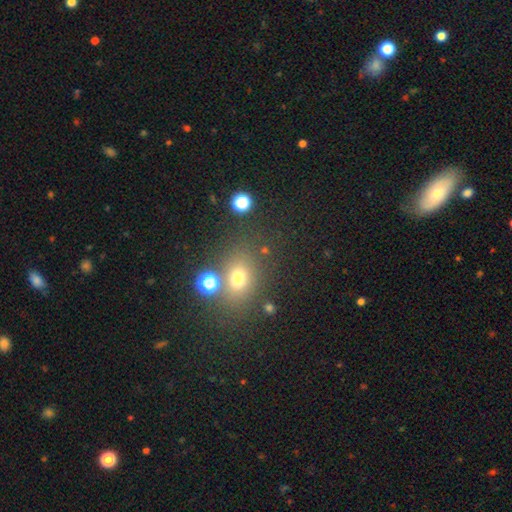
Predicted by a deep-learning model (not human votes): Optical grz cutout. It shows a smooth galaxy with no disk features (57%) that is round (53%). Merging: none (67%).